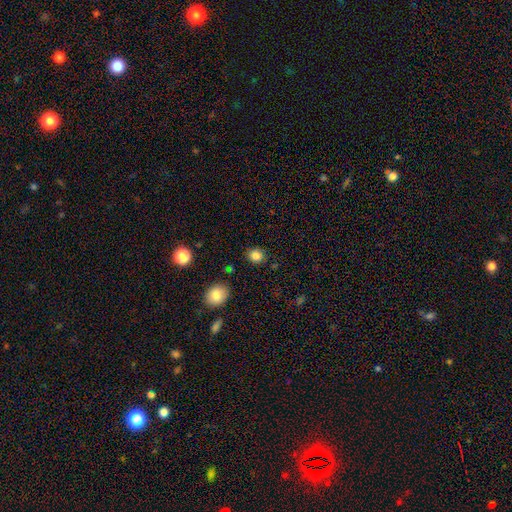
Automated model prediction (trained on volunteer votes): smooth-or-featured: smooth: 83% | star or artifact: 11% | featured or disk: 6%
  how-rounded: round: 73% | in between: 27% | cigar-shaped: 1%
  merging: none: 87% | minor disturbance: 8% | major disturbance: 2% | merger: 2%